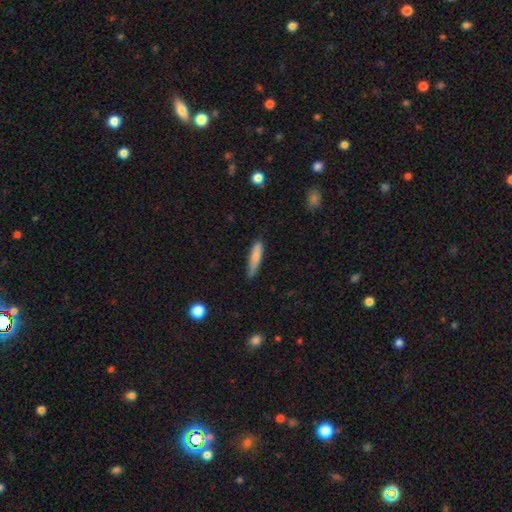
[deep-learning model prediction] Q: Smooth or featured?
A: smooth (80%); runner-up: featured or disk (14%)
Q: How rounded?
A: cigar-shaped (80%); runner-up: in between (18%)
Q: Merging?
A: none (71%); runner-up: minor disturbance (24%)